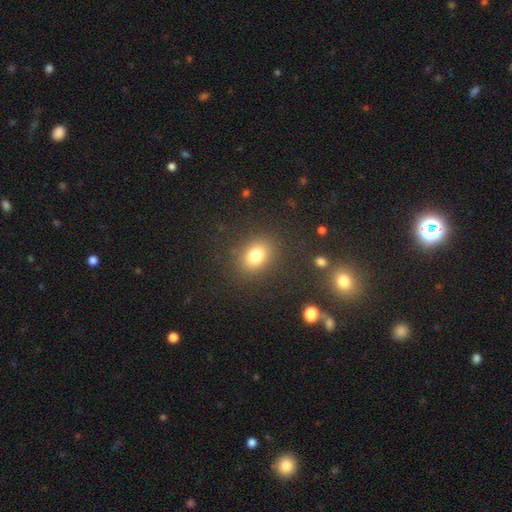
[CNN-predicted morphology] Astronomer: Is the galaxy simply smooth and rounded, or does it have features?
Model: smooth — 79%.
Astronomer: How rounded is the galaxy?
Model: in between — 54% (runner-up: round, 45%).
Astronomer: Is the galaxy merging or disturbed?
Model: none — 85%.